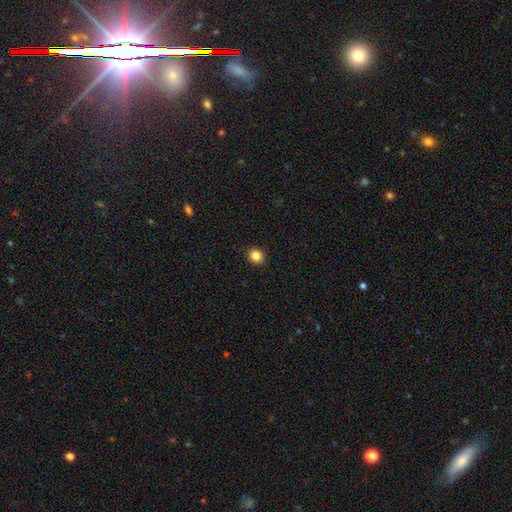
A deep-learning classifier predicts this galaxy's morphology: type=smooth (84%); roundness=round (78%); merging=none (91%).